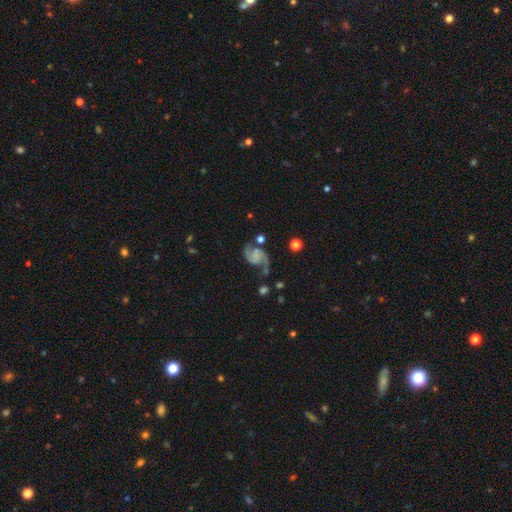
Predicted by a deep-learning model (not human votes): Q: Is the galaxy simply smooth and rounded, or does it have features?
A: featured or disk — 87%.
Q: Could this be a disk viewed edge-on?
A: no — 98%.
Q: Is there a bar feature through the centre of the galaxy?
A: no — 60%.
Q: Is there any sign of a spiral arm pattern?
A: yes — 97%.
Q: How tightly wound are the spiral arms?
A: medium — 46%.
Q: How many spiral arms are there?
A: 2 — 93%.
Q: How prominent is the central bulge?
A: none — 51%.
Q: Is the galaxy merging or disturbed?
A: none — 64%.